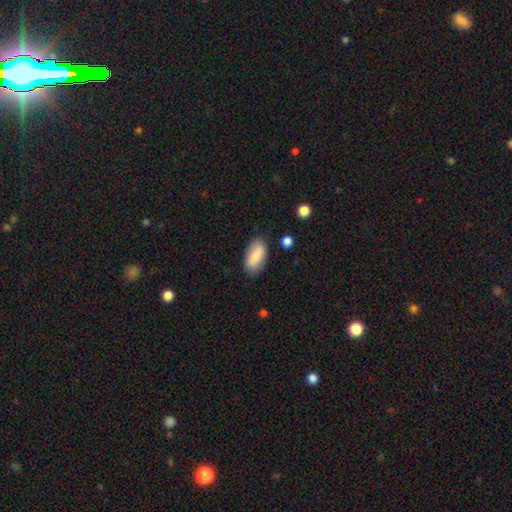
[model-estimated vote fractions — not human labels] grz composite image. It shows a smooth galaxy with no disk features (84%) that is in between round and cigar-shaped (91%). Merging: none (80%).